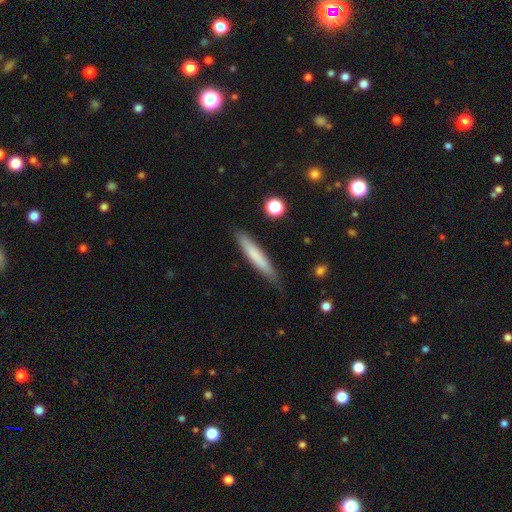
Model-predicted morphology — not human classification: smooth 71%, featured or disk 23%, star or artifact 6%. Down the decision tree: how rounded — cigar-shaped (93%); merging — none (83%).